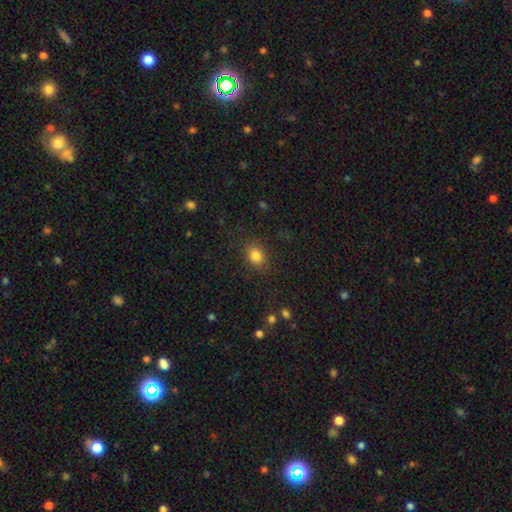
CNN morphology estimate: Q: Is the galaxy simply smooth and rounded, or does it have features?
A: smooth — 83%.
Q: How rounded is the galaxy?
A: in between — 53%.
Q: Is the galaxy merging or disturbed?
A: none — 83%.